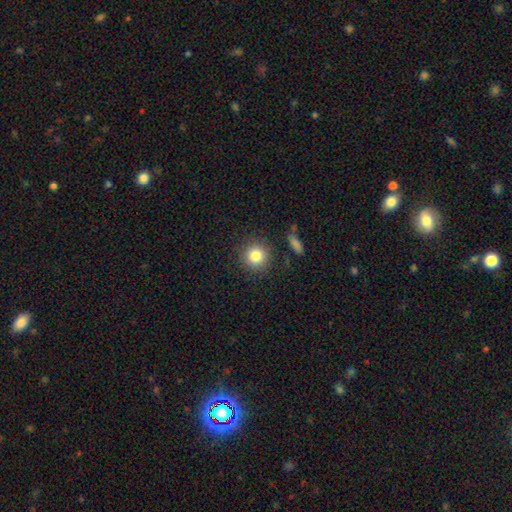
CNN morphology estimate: Q: Smooth or featured?
A: smooth (82%); runner-up: star or artifact (10%)
Q: How rounded?
A: round (92%); runner-up: in between (7%)
Q: Merging?
A: none (87%); runner-up: minor disturbance (8%)